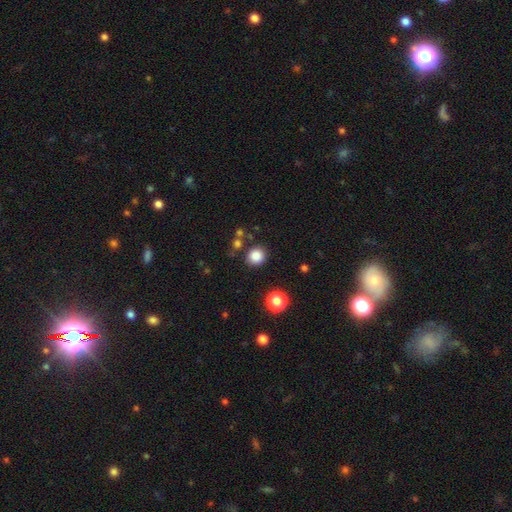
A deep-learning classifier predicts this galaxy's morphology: smooth 84%, star or artifact 12%, featured or disk 5%. Down the decision tree: how rounded — round (88%); merging — none (84%).